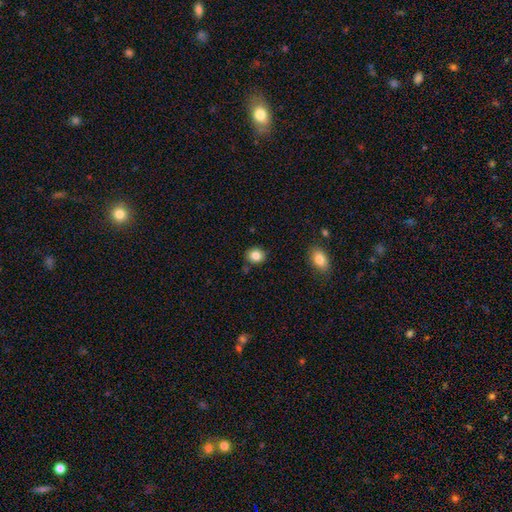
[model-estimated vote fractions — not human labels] Morphology: type=smooth (84%); roundness=round (72%); merging=none (83%).